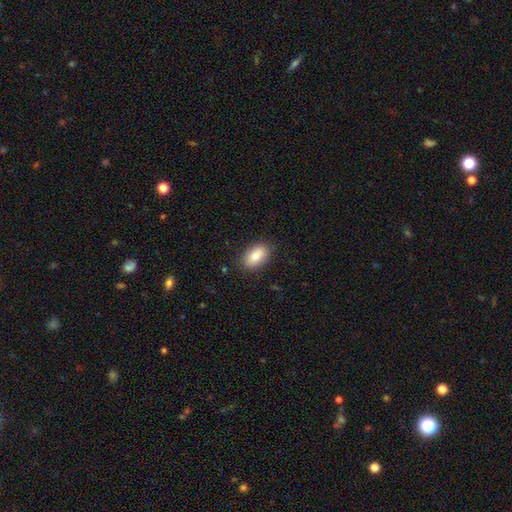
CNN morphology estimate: Smooth or featured? smooth (82%)
How rounded? in between (90%)
Merging? none (87%)